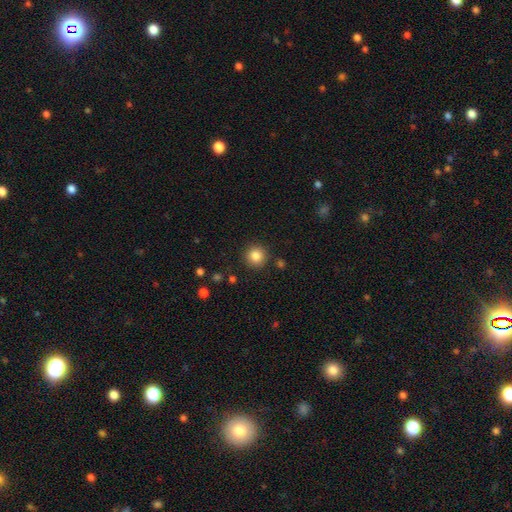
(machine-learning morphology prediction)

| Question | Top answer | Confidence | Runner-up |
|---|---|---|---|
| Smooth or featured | smooth | 84% | star or artifact (10%) |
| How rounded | round | 94% | in between (5%) |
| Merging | none | 90% | minor disturbance (6%) |